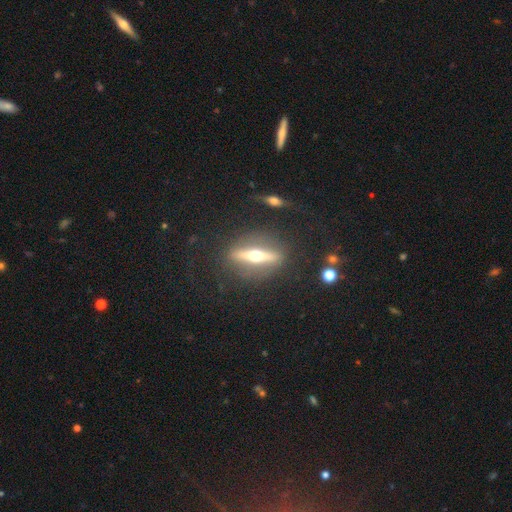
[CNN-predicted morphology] This is likely a featured or disk galaxy (73%). It is clearly viewed edge-on (87%). Edge-on bulge: clearly rounded (96%). Merging: clearly none (82%).